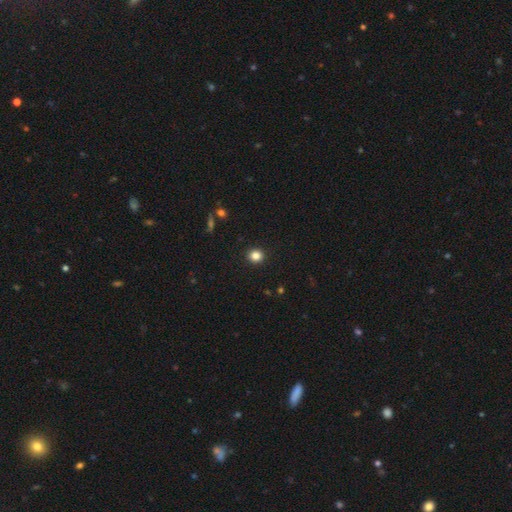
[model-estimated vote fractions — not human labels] The model was most divided on "smooth or featured": smooth: 84%, star or artifact: 12%, featured or disk: 4%. More confident: merging — none (92%); how rounded — round (85%).